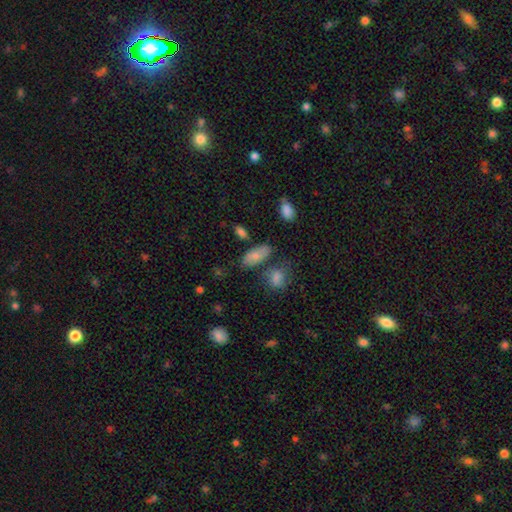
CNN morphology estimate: type=smooth (76%); roundness=in between (88%); merging=none (65%).